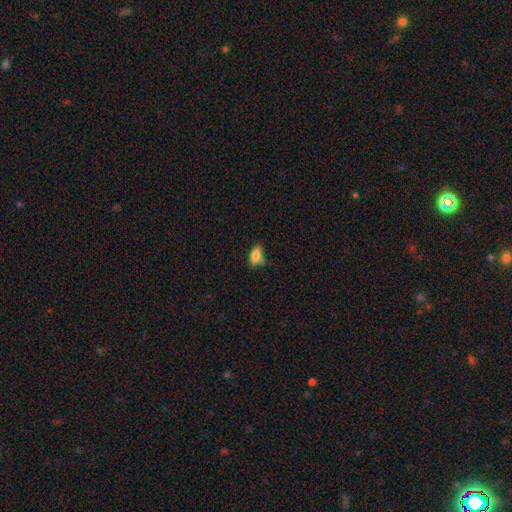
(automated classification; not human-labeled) This is clearly a smooth galaxy (83%). How rounded: clearly in between (88%). Merging: possibly none (59%).